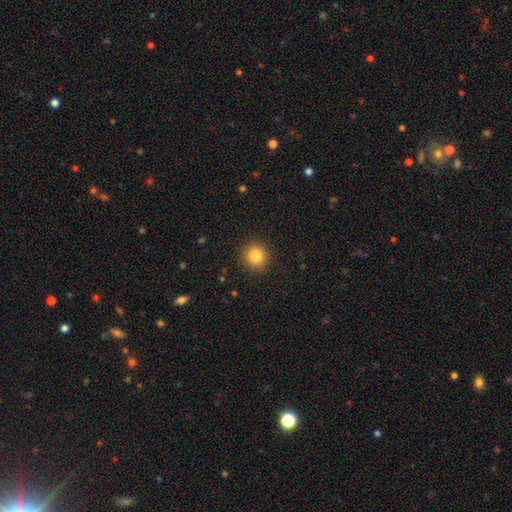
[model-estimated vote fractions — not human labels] smooth 84%, star or artifact 11%, featured or disk 5%. Down the decision tree: how rounded — round (92%); merging — none (91%).